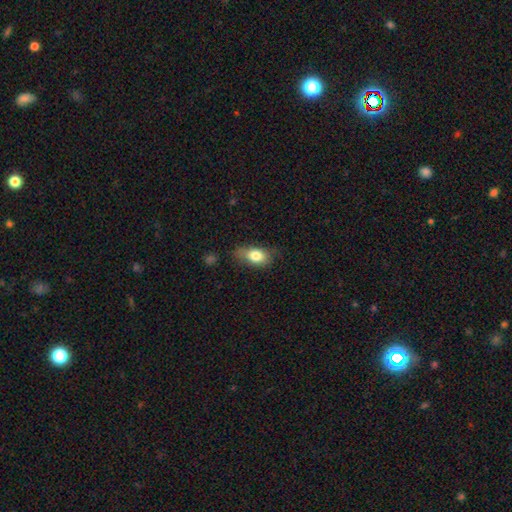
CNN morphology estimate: The model was most divided on "merging": none: 62%, minor disturbance: 27%, major disturbance: 8%, merger: 2%. More confident: how rounded — in between (84%); smooth or featured — smooth (78%).